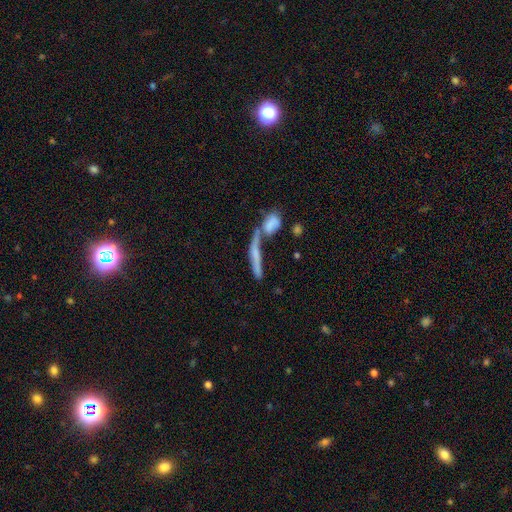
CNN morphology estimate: Smooth or featured: smooth — 48% (featured or disk — 42%)
Merging: merger — 51% (none — 29%)